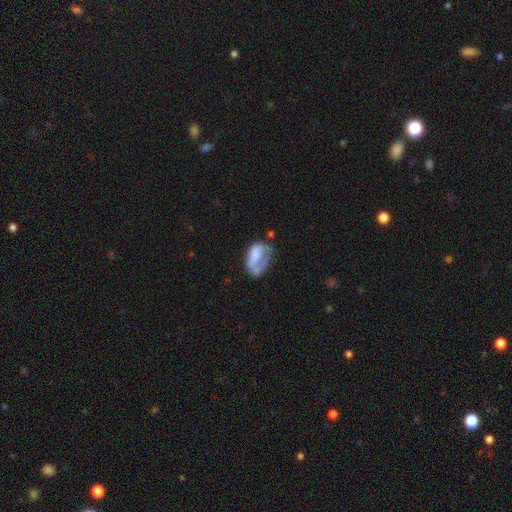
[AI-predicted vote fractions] This is possibly a smooth galaxy (53%). How rounded: clearly in between (87%). Merging: marginally major disturbance (34%).